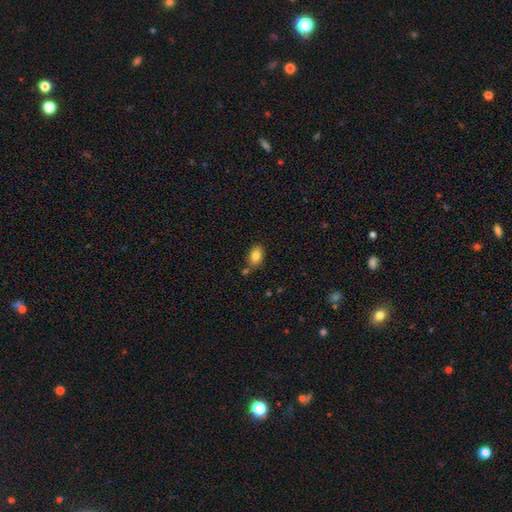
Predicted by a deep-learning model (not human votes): This is clearly a smooth galaxy (82%). How rounded: clearly in between (80%). Merging: likely none (73%).